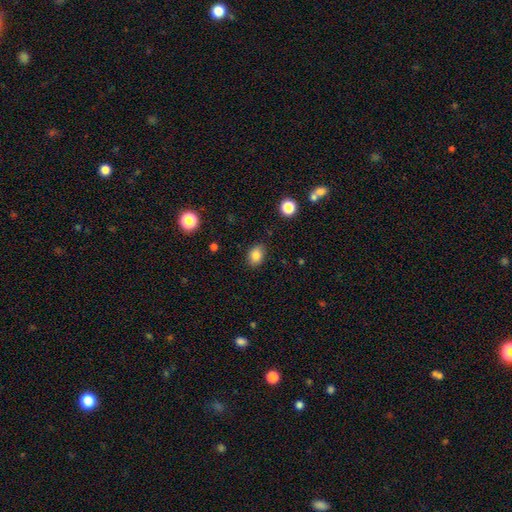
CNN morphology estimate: Smooth or featured? smooth (84%)
How rounded? in between (66%)
Merging? none (84%)